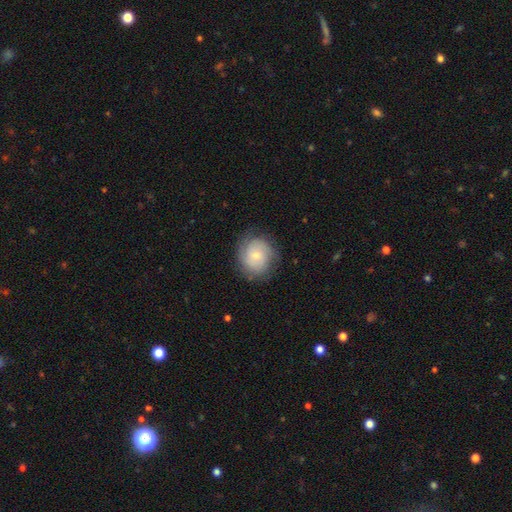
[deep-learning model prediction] A smooth galaxy with no disk features (52%) that is round (77%). Merging: none (76%).